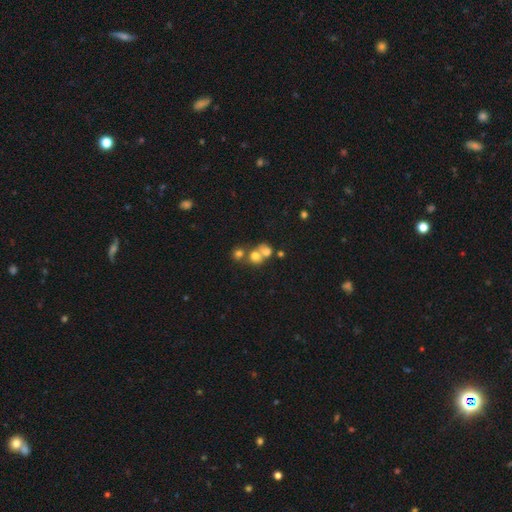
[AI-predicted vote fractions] Smooth or featured? smooth (67%)
How rounded? round (76%)
Merging? merger (52%)